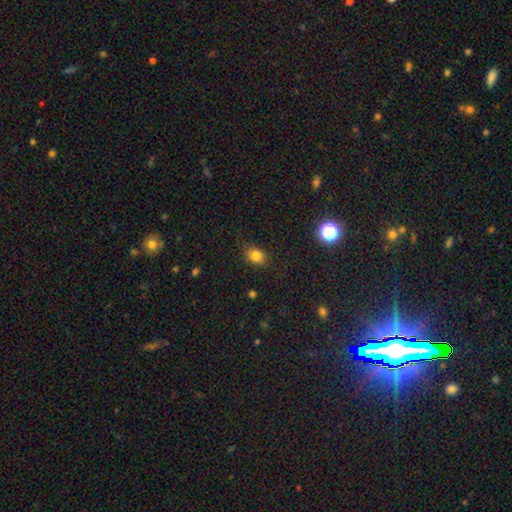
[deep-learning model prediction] Smooth or featured? Predicted: smooth (p=0.81). How rounded? Predicted: in between (p=0.50). Merging? Predicted: none (p=0.80).